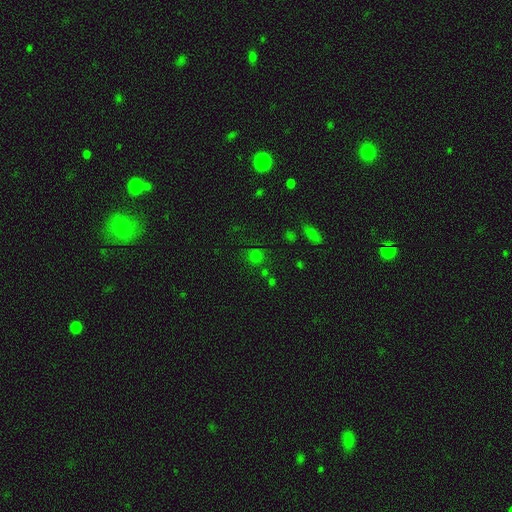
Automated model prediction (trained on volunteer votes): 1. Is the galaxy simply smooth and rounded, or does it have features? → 66% smooth, 27% star or artifact, 7% featured or disk.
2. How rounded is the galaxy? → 86% round, 13% in between, 1% cigar-shaped.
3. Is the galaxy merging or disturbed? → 76% none, 13% minor disturbance, 6% merger, 5% major disturbance.